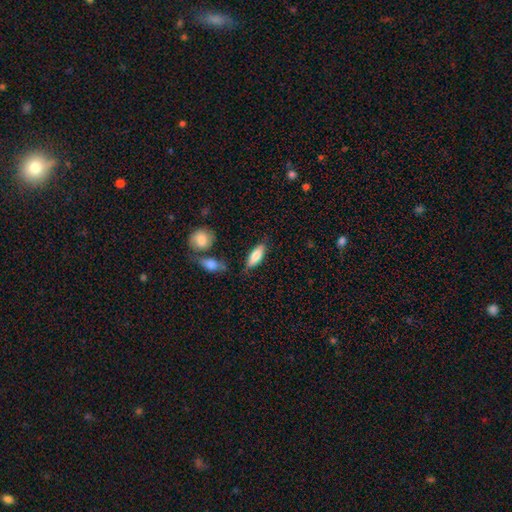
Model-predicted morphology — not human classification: Q: Smooth or featured?
A: smooth (80%); runner-up: featured or disk (14%)
Q: How rounded?
A: in between (71%); runner-up: cigar-shaped (27%)
Q: Merging?
A: none (77%); runner-up: minor disturbance (14%)